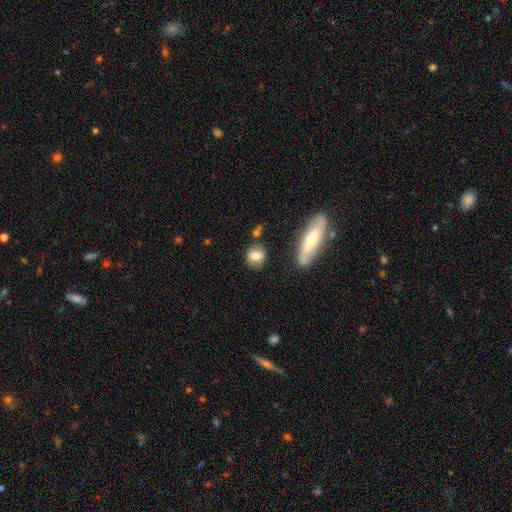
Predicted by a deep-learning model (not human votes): Morphology: type=smooth (77%); roundness=in between (48%); merging=none (71%).